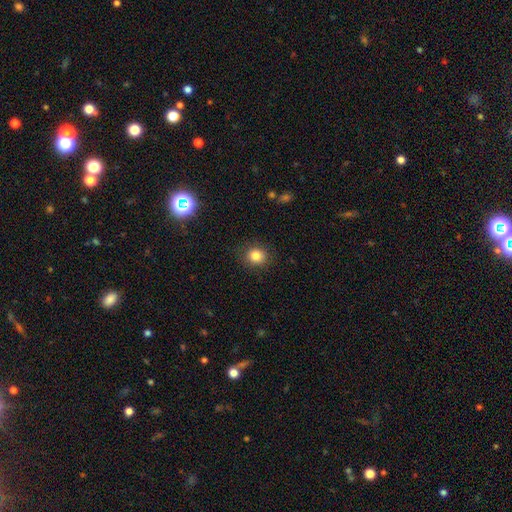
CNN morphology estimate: smooth 83%, star or artifact 11%, featured or disk 6%. Down the decision tree: how rounded — round (83%); merging — none (88%).